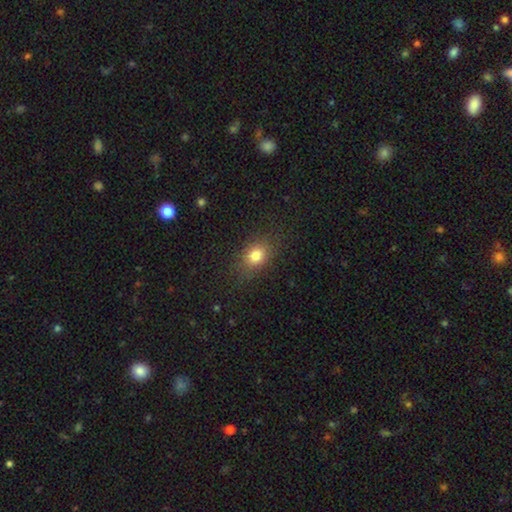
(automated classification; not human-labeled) Smooth or featured: smooth — 79% (star or artifact — 13%)
How rounded: in between — 60% (round — 38%)
Merging: none — 80% (minor disturbance — 13%)